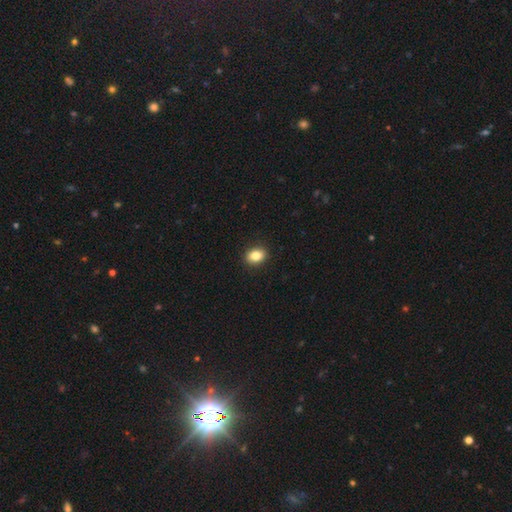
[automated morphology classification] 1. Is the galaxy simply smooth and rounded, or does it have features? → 84% smooth, 9% star or artifact, 6% featured or disk.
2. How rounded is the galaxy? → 64% in between, 35% round, 1% cigar-shaped.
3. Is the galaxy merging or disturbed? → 91% none, 7% minor disturbance, 2% major disturbance, 1% merger.